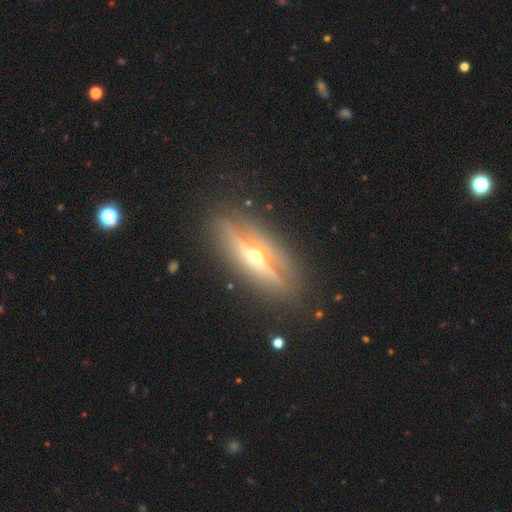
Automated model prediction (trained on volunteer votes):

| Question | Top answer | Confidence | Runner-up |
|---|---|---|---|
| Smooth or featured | featured or disk | 79% | smooth (14%) |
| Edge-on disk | yes | 91% | no (9%) |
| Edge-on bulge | rounded | 94% | none (4%) |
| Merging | none | 84% | minor disturbance (11%) |